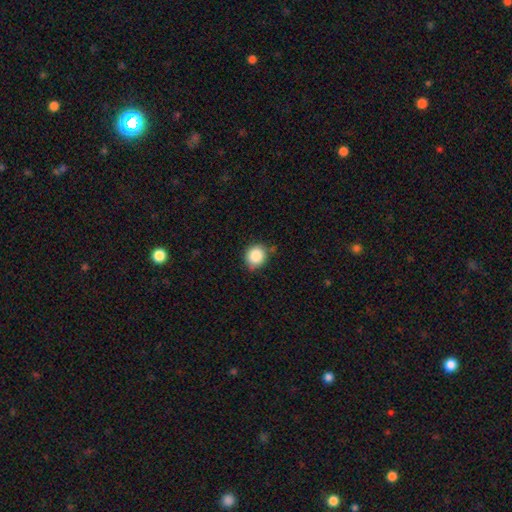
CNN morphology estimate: type=smooth (87%); roundness=round (80%); merging=none (76%).